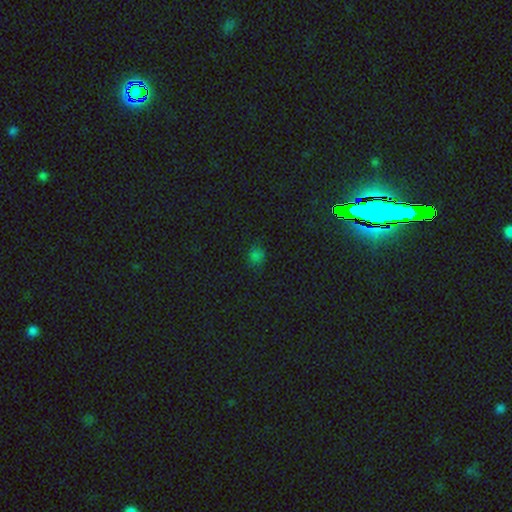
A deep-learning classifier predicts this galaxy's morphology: type=smooth (68%); roundness=round (65%); merging=none (77%).